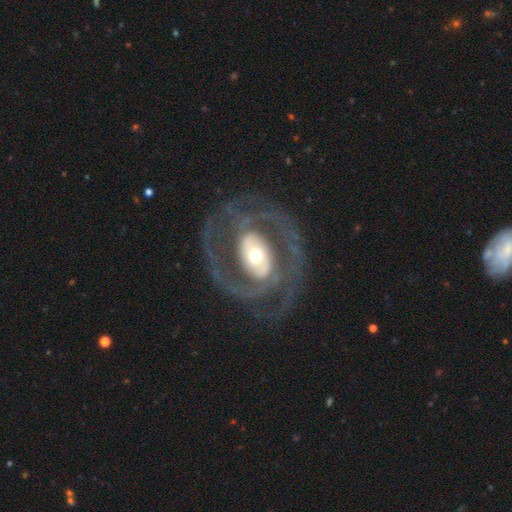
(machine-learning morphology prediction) The model was most divided on "spiral winding": medium: 47%, tight: 37%, loose: 16%. Remaining: edge-on disk — no (97%); spiral arms — yes (93%); smooth or featured — featured or disk (89%); spiral arm count — 2 (74%); merging — none (74%); bulge size — moderate (57%); bar — no (48%).